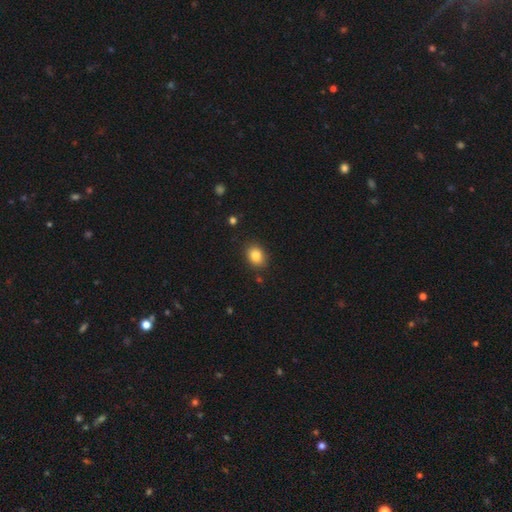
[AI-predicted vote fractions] A smooth galaxy with no disk features (84%) that is in between round and cigar-shaped (53%).

Vote fractions:
- Smooth or featured? smooth: 84% / star or artifact: 10% / featured or disk: 6%
- How rounded? in between: 53% / round: 46% / cigar-shaped: 1%
- Merging? none: 86% / minor disturbance: 10% / major disturbance: 2% / merger: 2%